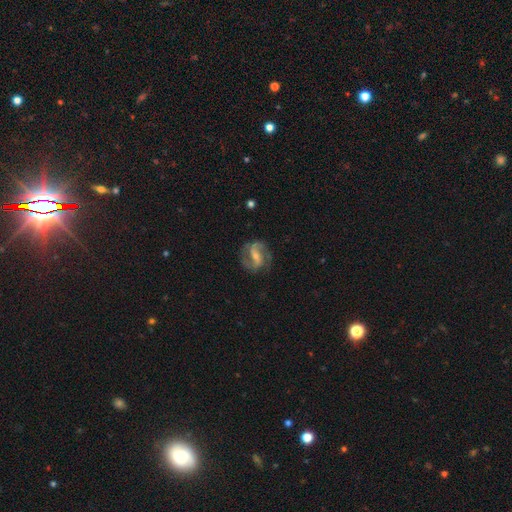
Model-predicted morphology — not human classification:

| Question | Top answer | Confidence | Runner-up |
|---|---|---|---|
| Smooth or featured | featured or disk | 86% | smooth (9%) |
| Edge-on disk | no | 97% | yes (3%) |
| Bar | weak | 43% | strong (39%) |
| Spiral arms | yes | 95% | no (5%) |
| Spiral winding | medium | 53% | loose (26%) |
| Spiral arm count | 2 | 88% | can't tell (4%) |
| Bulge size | small | 53% | moderate (39%) |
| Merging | none | 76% | minor disturbance (15%) |